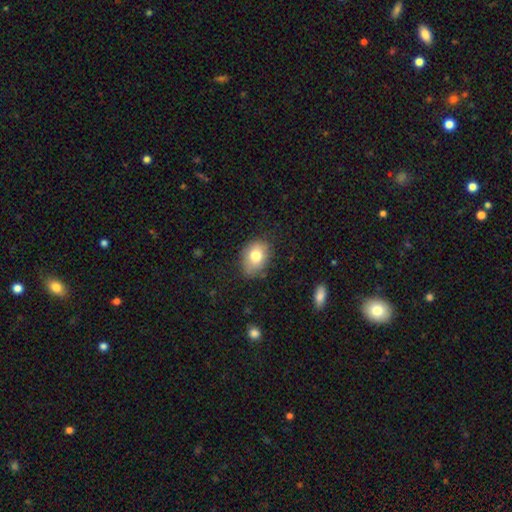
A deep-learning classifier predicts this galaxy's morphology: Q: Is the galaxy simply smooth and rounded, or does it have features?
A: smooth — 78%.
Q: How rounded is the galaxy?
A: in between — 69%.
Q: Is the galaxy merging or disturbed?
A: none — 73%.